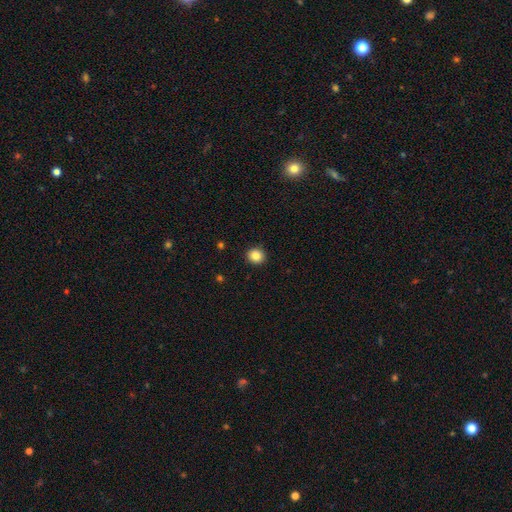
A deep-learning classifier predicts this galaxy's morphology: smooth_or_featured: smooth (p=0.84) [alt: star or artifact p=0.10]
how_rounded: round (p=0.85) [alt: in between p=0.14]
merging: none (p=0.92) [alt: minor disturbance p=0.06]